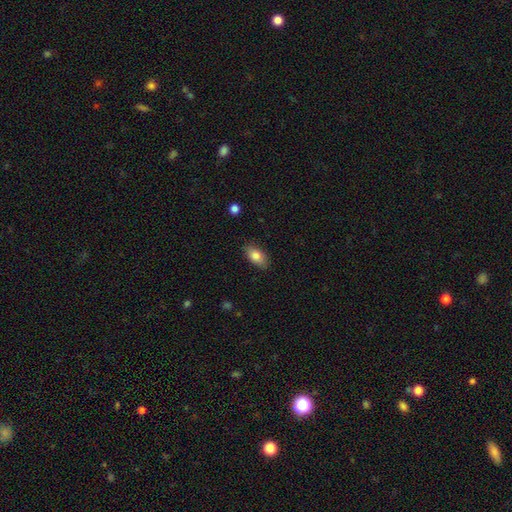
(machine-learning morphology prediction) This appears to be a smooth galaxy with no disk features (82%) that is in between round and cigar-shaped (91%). Merging: none (84%).